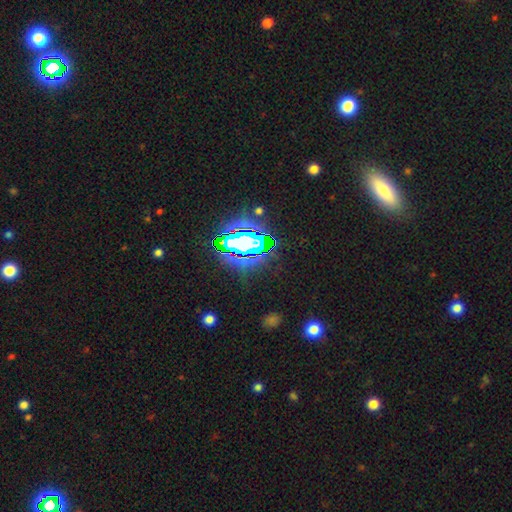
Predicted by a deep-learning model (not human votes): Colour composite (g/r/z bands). It shows a star or artifact, not a galaxy (72%).